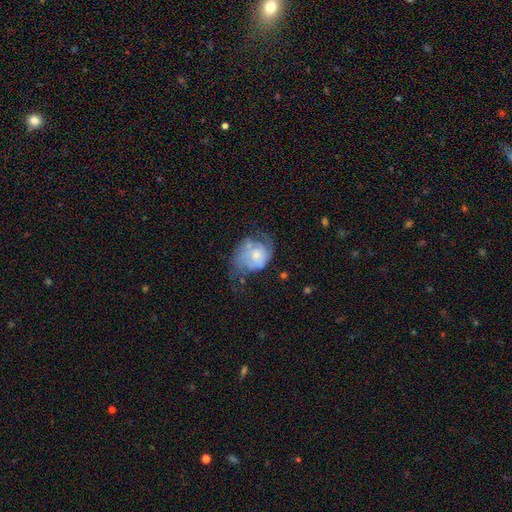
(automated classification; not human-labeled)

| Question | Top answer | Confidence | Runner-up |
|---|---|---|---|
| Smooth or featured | featured or disk | 58% | smooth (35%) |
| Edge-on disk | no | 97% | yes (3%) |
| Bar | no | 76% | weak (21%) |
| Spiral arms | yes | 71% | no (29%) |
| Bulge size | moderate | 42% | small (36%) |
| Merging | major disturbance | 36% | none (31%) |